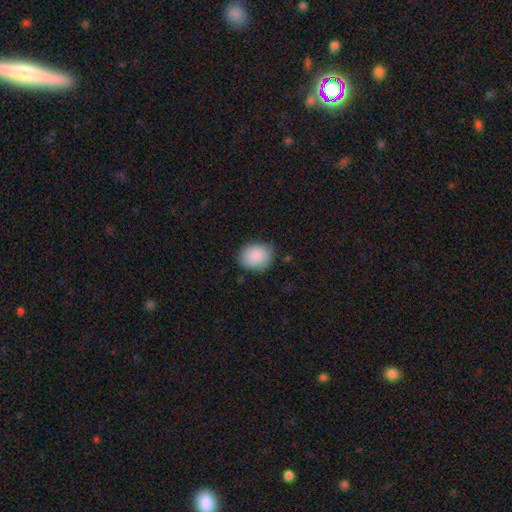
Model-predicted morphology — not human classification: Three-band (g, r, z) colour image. It shows a smooth galaxy with no disk features (88%) that is in between round and cigar-shaped (50%). Merging: none (76%).